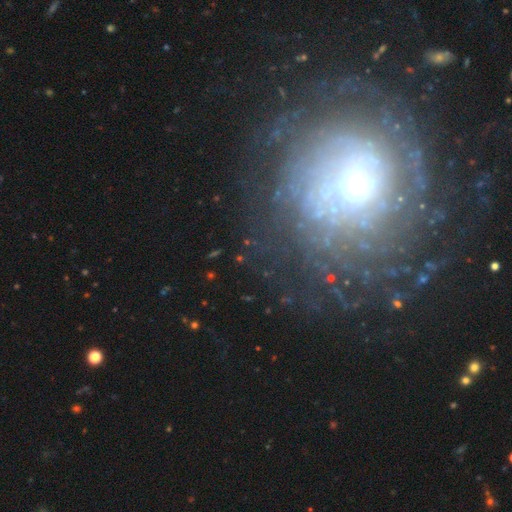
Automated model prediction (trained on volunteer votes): A featured or disk galaxy (71%) with no bar (67%), tight (72%) spiral arms (76%) and a small central bulge (56%). Merging: none (72%).